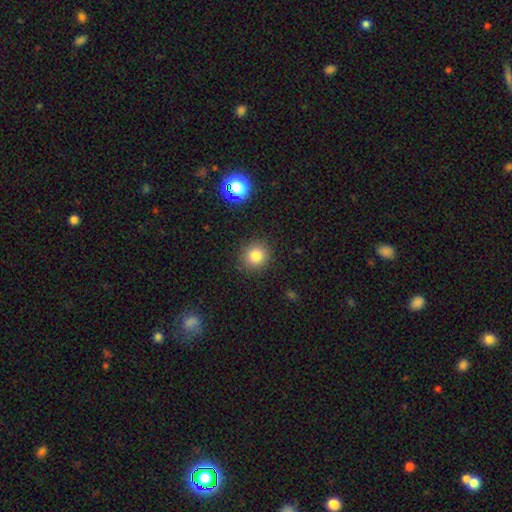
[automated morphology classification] Smooth or featured? Predicted: smooth (p=0.81). How rounded? Predicted: round (p=0.88). Merging? Predicted: none (p=0.89).